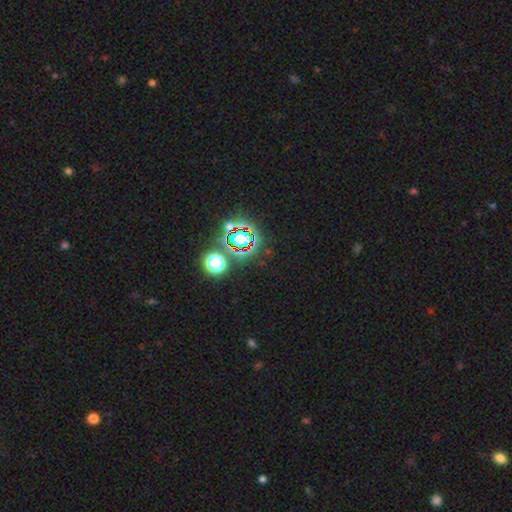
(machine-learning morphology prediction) Smooth or featured?
  - star or artifact: 78% *
  - smooth: 14%
  - featured or disk: 8%